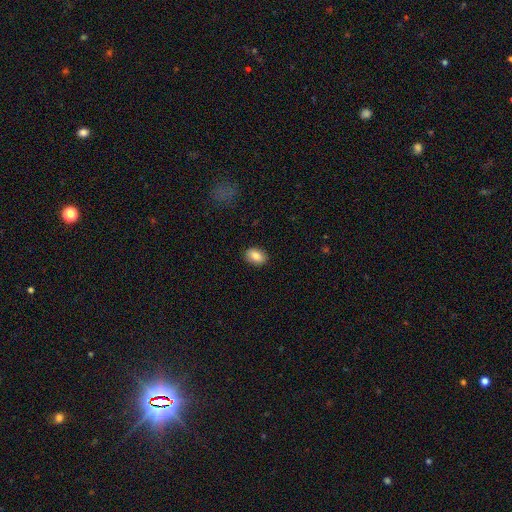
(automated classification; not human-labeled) Morphology: type=smooth (85%); roundness=in between (85%); merging=none (88%).